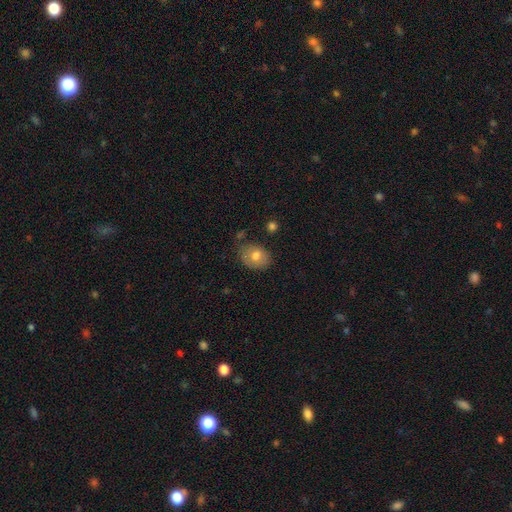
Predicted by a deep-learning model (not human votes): This appears to be a smooth galaxy with no disk features (73%) that is in between round and cigar-shaped (63%). Merging: none (67%).